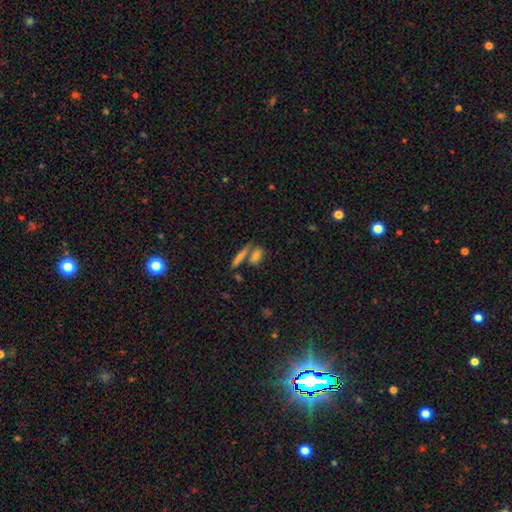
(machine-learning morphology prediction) Q: Smooth or featured?
A: smooth (71%); runner-up: featured or disk (19%)
Q: How rounded?
A: in between (54%); runner-up: cigar-shaped (36%)
Q: Merging?
A: none (55%); runner-up: merger (31%)